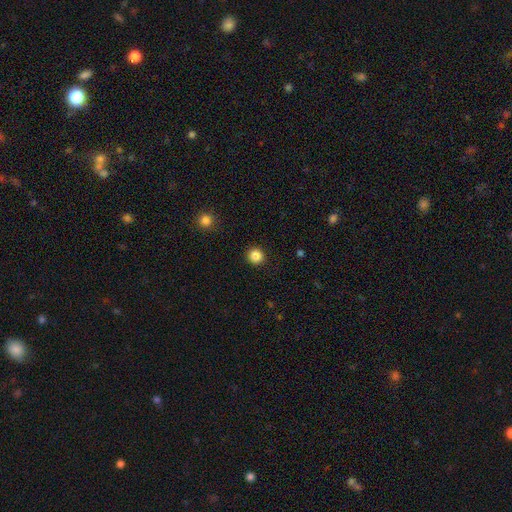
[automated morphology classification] Smooth or featured? Predicted: smooth (p=0.86). How rounded? Predicted: round (p=0.93). Merging? Predicted: none (p=0.92).